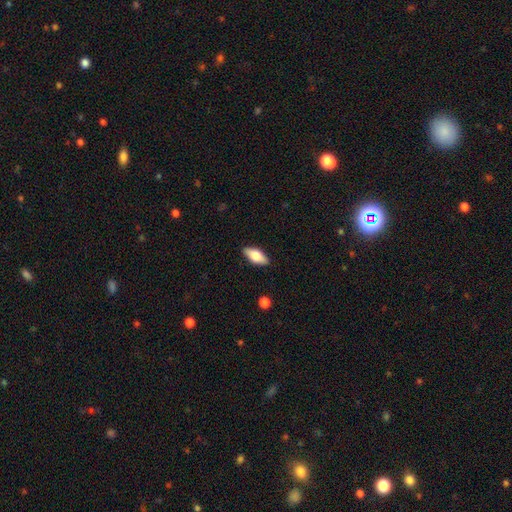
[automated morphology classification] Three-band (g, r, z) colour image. It shows a smooth galaxy with no disk features (71%) that is in between round and cigar-shaped (83%). Merging: none (88%).